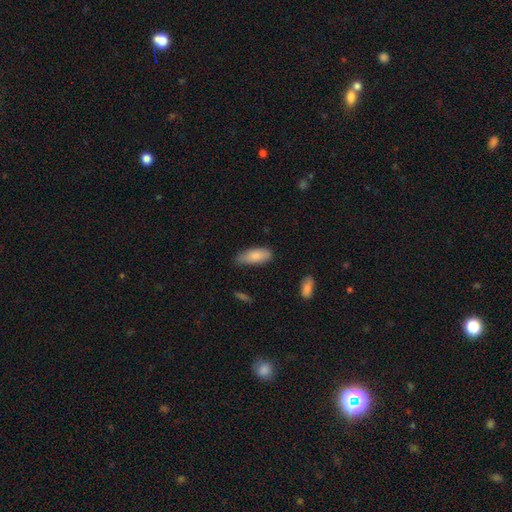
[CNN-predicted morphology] Smooth or featured? smooth (83%)
How rounded? in between (77%)
Merging? none (65%)